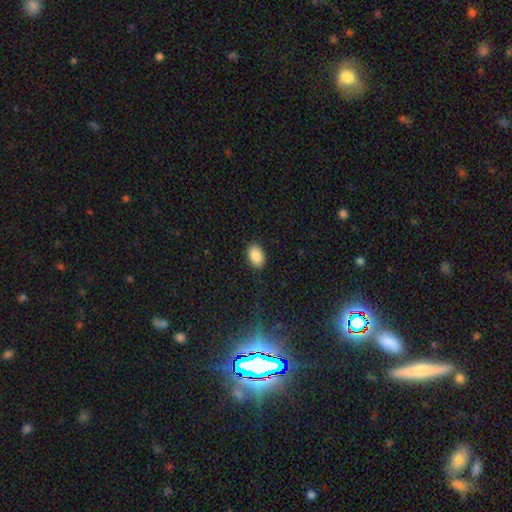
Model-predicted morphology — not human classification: smooth-or-featured: smooth: 89% | star or artifact: 7% | featured or disk: 4%
  how-rounded: in between: 88% | round: 11% | cigar-shaped: 1%
  merging: none: 88% | minor disturbance: 9% | major disturbance: 2% | merger: 1%